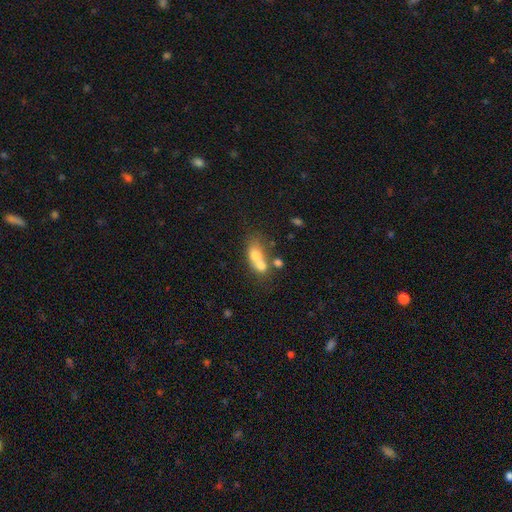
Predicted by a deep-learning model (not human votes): A smooth galaxy with no disk features (65%) that is in between round and cigar-shaped (64%). Merging: merger (63%).